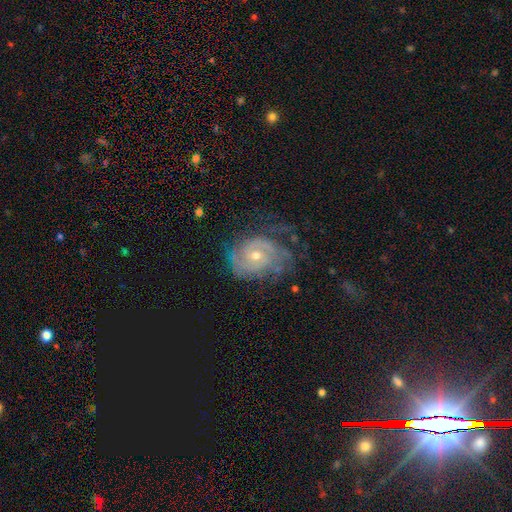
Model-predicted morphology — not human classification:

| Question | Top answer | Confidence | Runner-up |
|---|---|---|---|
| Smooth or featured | featured or disk | 84% | smooth (9%) |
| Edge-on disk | no | 97% | yes (3%) |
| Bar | no | 69% | weak (26%) |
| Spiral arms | yes | 94% | no (6%) |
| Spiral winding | tight | 64% | medium (28%) |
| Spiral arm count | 2 | 42% | can't tell (29%) |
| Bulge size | moderate | 50% | small (47%) |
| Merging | none | 56% | minor disturbance (25%) |